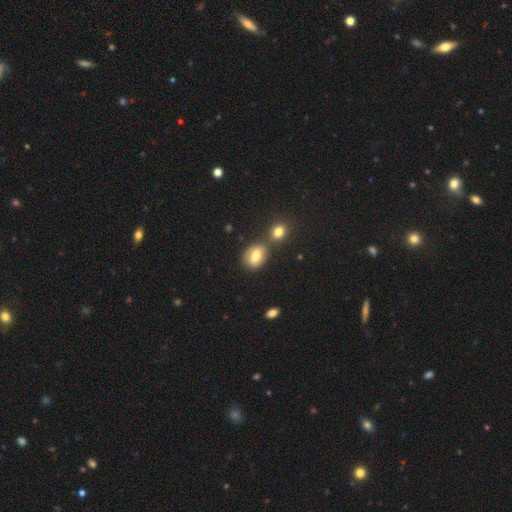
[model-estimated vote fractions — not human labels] A smooth galaxy with no disk features (71%) that is in between round and cigar-shaped (64%). Merging: none (60%).